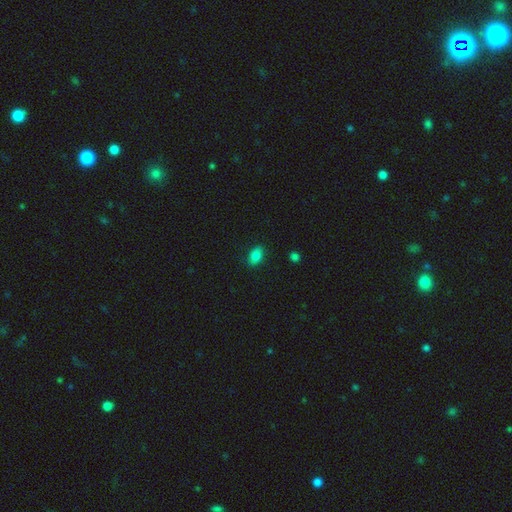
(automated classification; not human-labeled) Smooth or featured? Predicted: smooth (p=0.82). How rounded? Predicted: in between (p=0.87). Merging? Predicted: none (p=0.87).